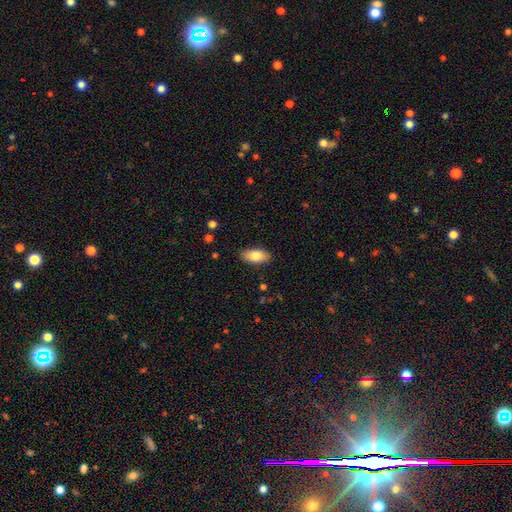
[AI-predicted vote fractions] A smooth galaxy with no disk features (81%) that is in between round and cigar-shaped (89%). Merging: none (87%).